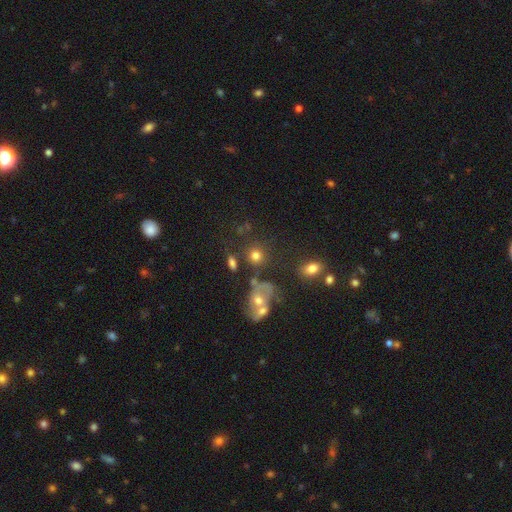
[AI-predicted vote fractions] This is likely a smooth galaxy (72%). How rounded: likely round (80%). Merging: likely none (61%).